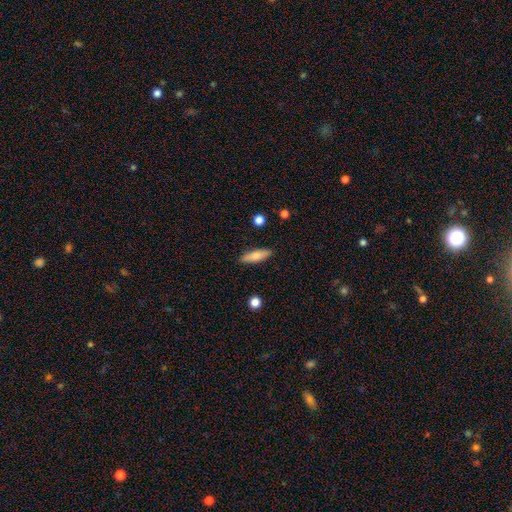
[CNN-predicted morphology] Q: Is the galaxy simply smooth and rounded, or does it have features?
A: smooth — 73%.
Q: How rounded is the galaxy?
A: cigar-shaped — 52%.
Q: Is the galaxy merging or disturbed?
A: none — 88%.